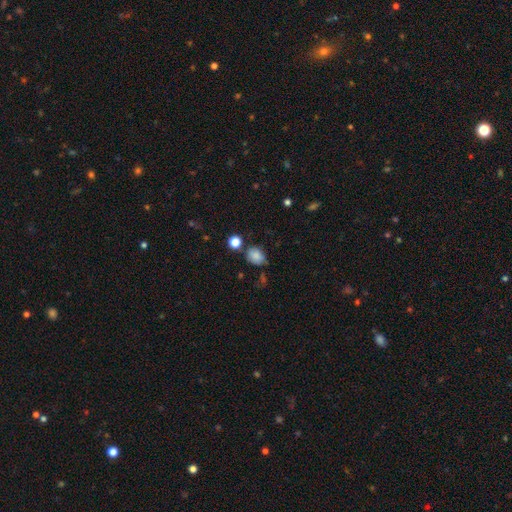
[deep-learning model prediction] Overall: smooth (82%). How rounded: round (53%; in between 46%). Merging: none (68%).